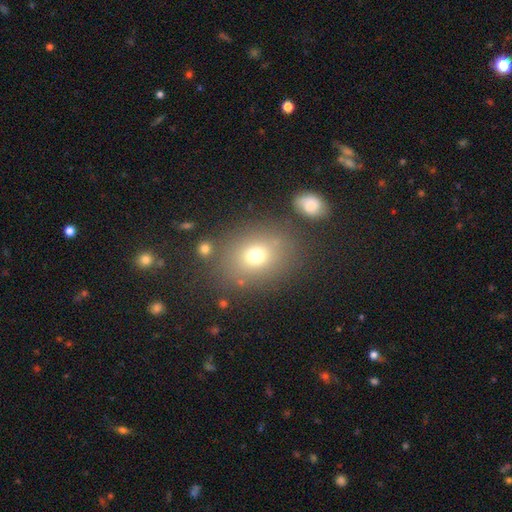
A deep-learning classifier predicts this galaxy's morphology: type=smooth (73%); roundness=round (52%); merging=none (75%).